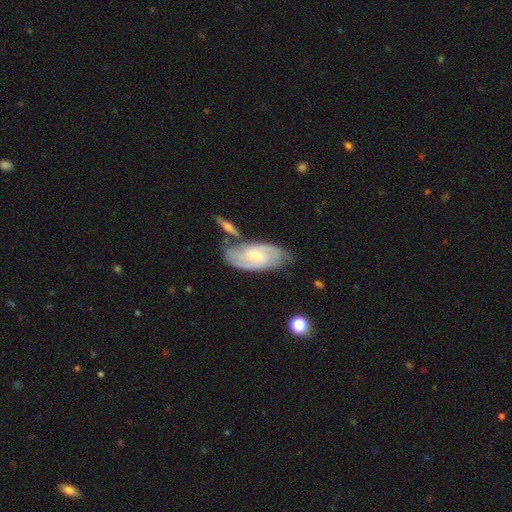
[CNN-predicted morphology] The model was most divided on "bar": weak: 47%, no: 42%, strong: 11%. Remaining: spiral arms — yes (94%); edge-on disk — no (93%); smooth or featured — featured or disk (75%); merging — none (65%); spiral arm count — 2 (62%); bulge size — small (57%); spiral winding — tight (49%).